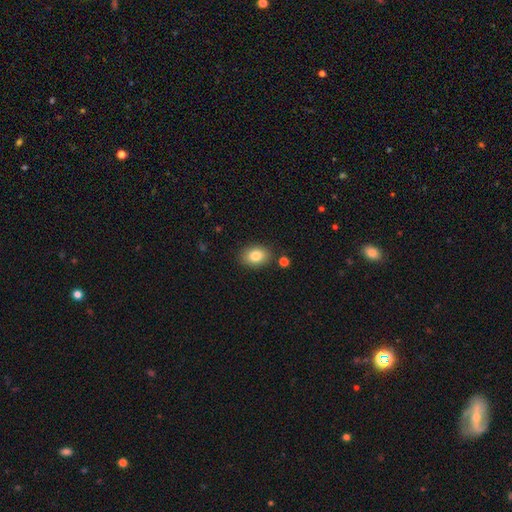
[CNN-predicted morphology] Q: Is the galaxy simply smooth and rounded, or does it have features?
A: smooth — 83%.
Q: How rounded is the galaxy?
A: in between — 74%.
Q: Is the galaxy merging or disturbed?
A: none — 85%.